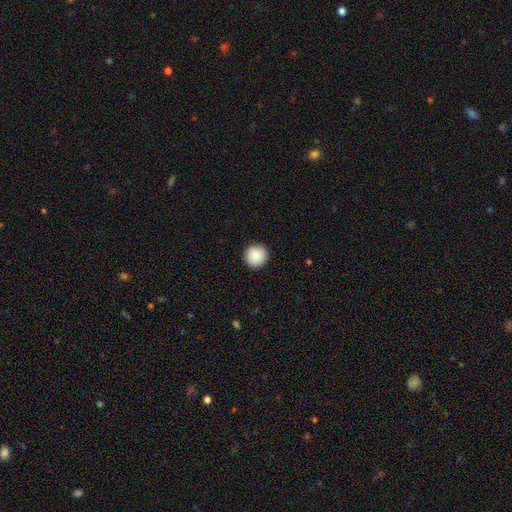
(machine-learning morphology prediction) Smooth or featured? Predicted: smooth (p=0.88). How rounded? Predicted: round (p=0.95). Merging? Predicted: none (p=0.93).